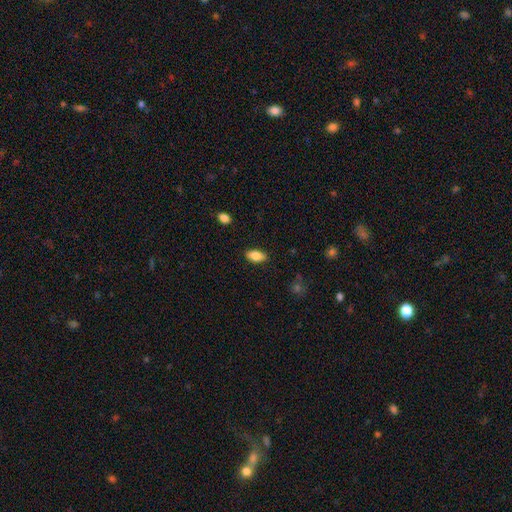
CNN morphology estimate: type=smooth (81%); roundness=in between (89%); merging=none (87%).